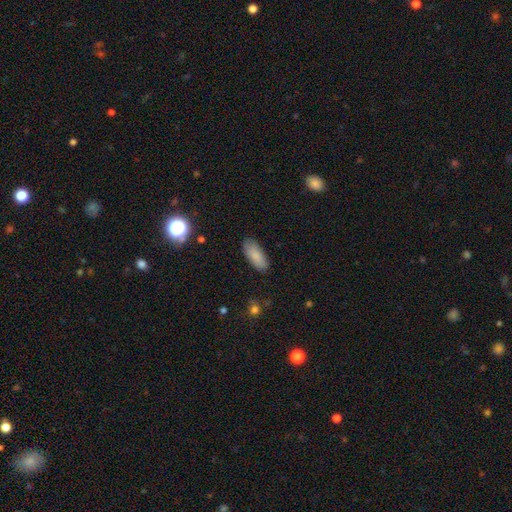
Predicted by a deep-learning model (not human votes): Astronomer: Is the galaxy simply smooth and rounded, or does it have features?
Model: smooth — 85%.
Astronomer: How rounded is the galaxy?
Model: in between — 80%.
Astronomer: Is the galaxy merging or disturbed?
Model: none — 83%.